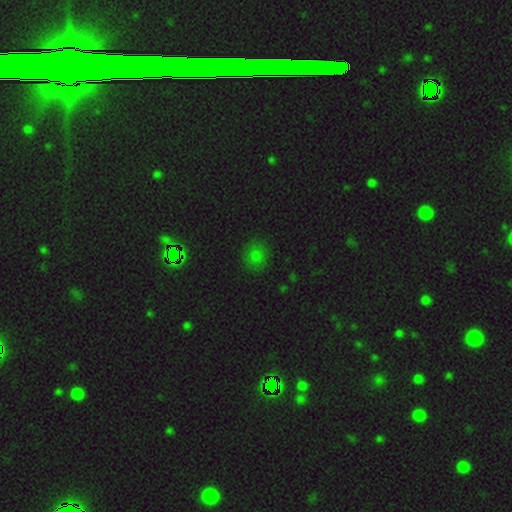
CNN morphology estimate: A smooth galaxy with no disk features (69%) that is round (81%). Merging: none (84%).